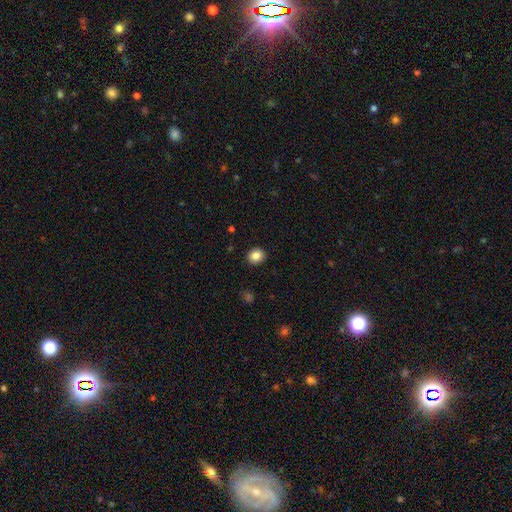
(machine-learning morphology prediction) Q: Smooth or featured?
A: smooth (85%); runner-up: star or artifact (10%)
Q: How rounded?
A: round (72%); runner-up: in between (27%)
Q: Merging?
A: none (91%); runner-up: minor disturbance (6%)